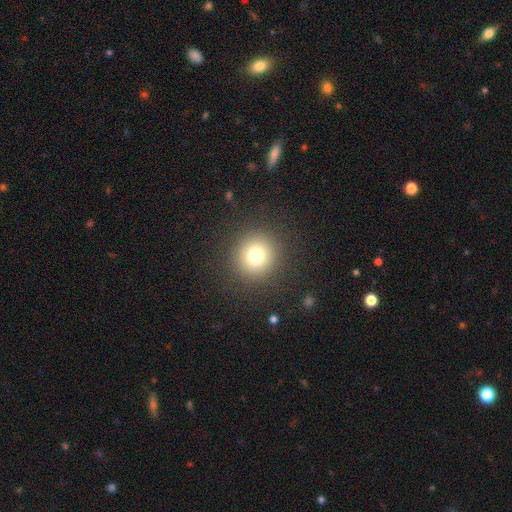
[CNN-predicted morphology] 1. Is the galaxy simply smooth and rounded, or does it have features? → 76% smooth, 14% star or artifact, 10% featured or disk.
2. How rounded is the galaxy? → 93% round, 6% in between, 1% cigar-shaped.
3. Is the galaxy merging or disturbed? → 89% none, 6% minor disturbance, 3% major disturbance, 1% merger.